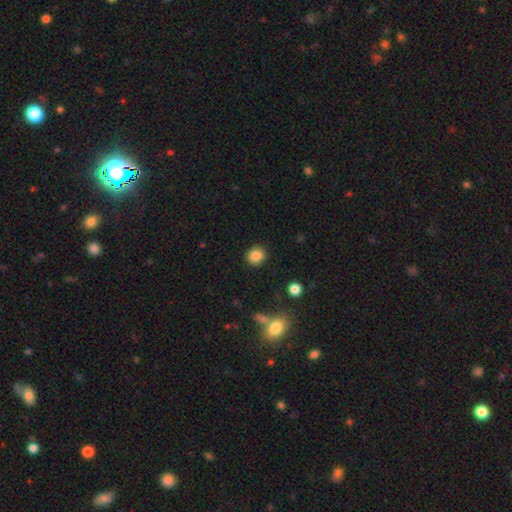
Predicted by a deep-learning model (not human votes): Smooth or featured?
  - smooth: 86% *
  - star or artifact: 10%
  - featured or disk: 4%
How rounded?
  - round: 84% *
  - in between: 15%
  - cigar-shaped: 1%
Merging?
  - none: 89% *
  - minor disturbance: 7%
  - major disturbance: 3%
  - merger: 2%